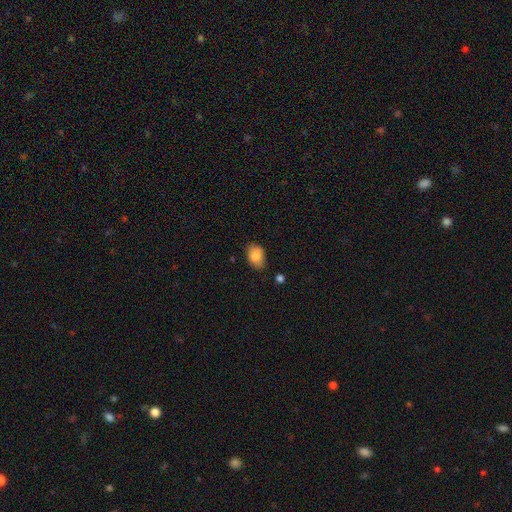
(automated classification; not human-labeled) This appears to be a smooth galaxy with no disk features (85%) that is in between round and cigar-shaped (84%). Merging: none (75%).